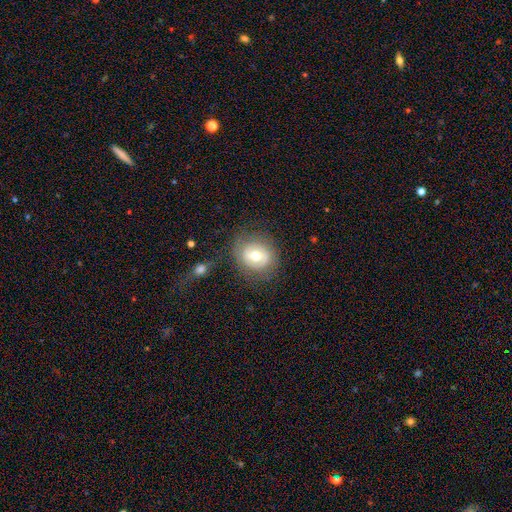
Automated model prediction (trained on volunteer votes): smooth-or-featured: smooth: 50% | featured or disk: 41% | star or artifact: 9%
  how-rounded: round: 73% | in between: 26% | cigar-shaped: 1%
  merging: none: 74% | minor disturbance: 15% | major disturbance: 8% | merger: 3%